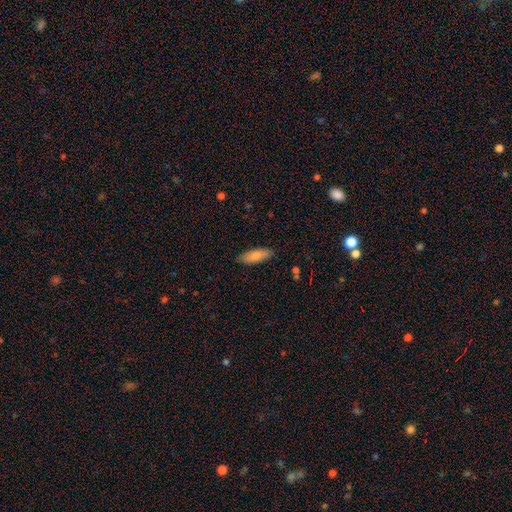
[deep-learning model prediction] Overall: smooth (78%). How rounded: in between (62%; cigar-shaped 36%). Merging: none (87%).